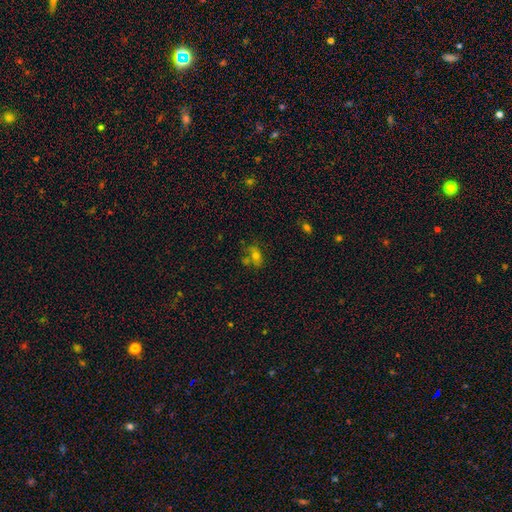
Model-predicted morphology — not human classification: This appears to be a smooth galaxy with no disk features (62%) that is in between round and cigar-shaped (72%). Merging: none (48%).